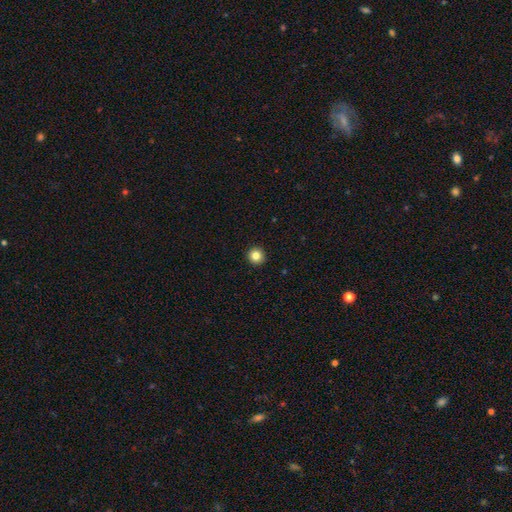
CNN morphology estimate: Smooth or featured? smooth (83%)
How rounded? round (96%)
Merging? none (94%)